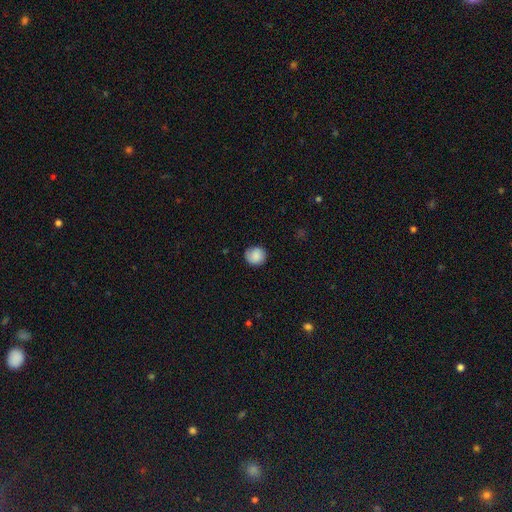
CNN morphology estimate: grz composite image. It shows a smooth galaxy with no disk features (82%) that is round (86%). Merging: none (81%).